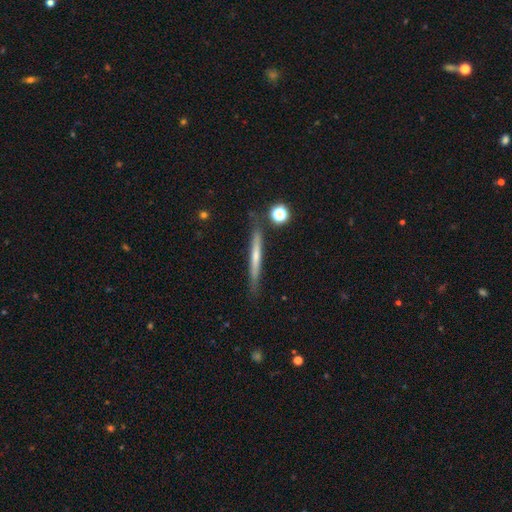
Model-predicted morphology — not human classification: featured or disk 64%, smooth 27%, star or artifact 9%. Down the decision tree: edge-on disk — yes (95%); edge-on bulge — rounded (56%); merging — none (83%).